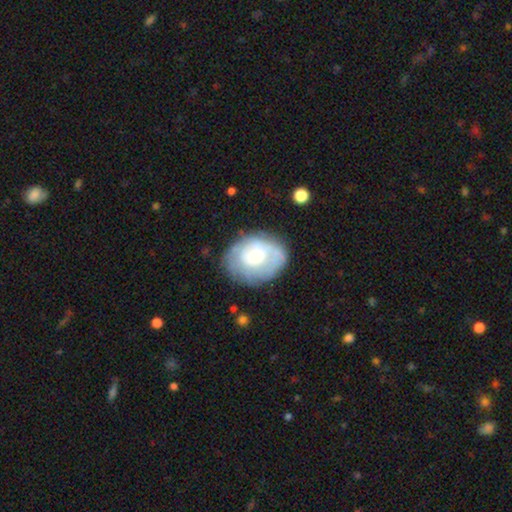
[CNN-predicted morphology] Overall: featured or disk (50%; smooth 43%). Edge-on disk: no (96%). Merging: none (67%).